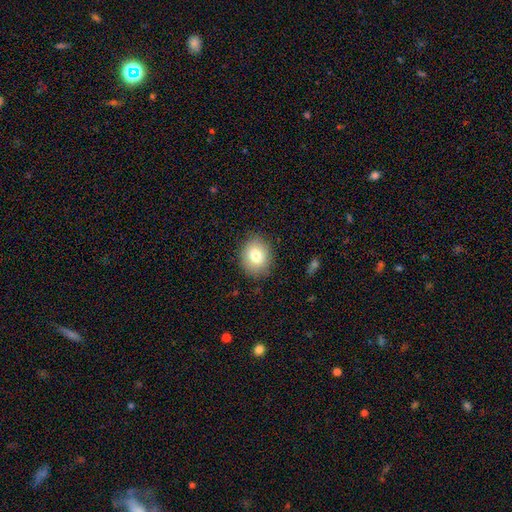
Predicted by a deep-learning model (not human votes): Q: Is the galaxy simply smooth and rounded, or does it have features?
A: smooth — 79%.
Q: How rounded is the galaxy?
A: round — 59%.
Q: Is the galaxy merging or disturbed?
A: none — 86%.